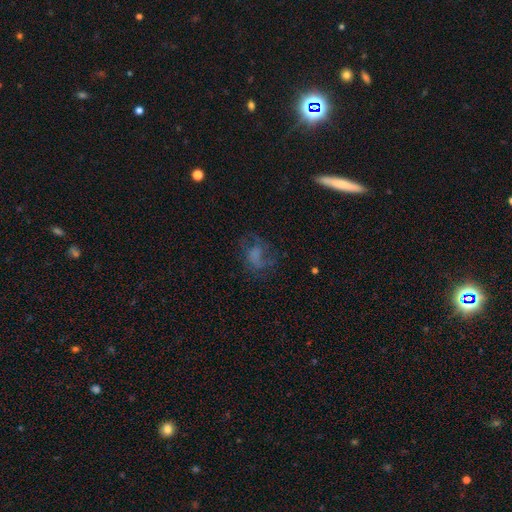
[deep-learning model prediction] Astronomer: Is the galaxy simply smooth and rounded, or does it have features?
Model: smooth — 42% (runner-up: featured or disk, 40%).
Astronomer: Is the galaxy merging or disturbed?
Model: none — 49% (runner-up: major disturbance, 29%).